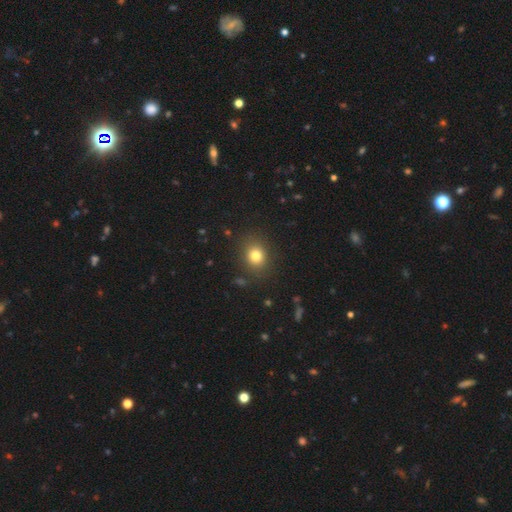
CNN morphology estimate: Overall: smooth (80%). How rounded: round (64%; in between 35%). Merging: none (86%).